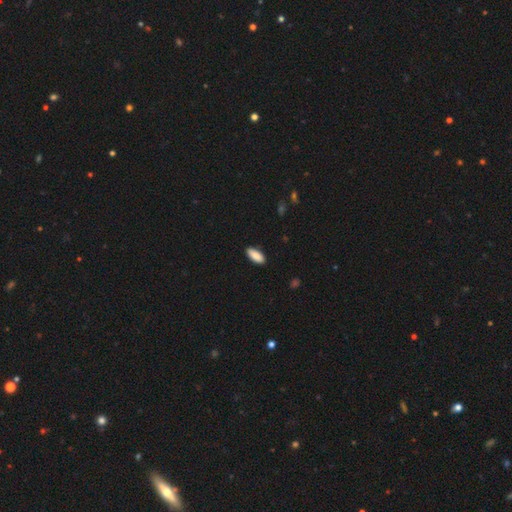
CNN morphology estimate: Overall: smooth (87%). How rounded: in between (85%). Merging: none (87%).